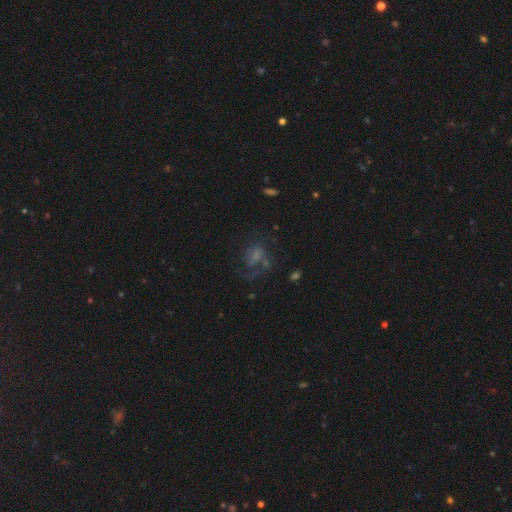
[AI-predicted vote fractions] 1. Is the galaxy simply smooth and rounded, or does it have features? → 43% featured or disk, 38% smooth, 19% star or artifact.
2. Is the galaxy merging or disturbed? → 37% major disturbance, 35% none, 19% minor disturbance, 9% merger.